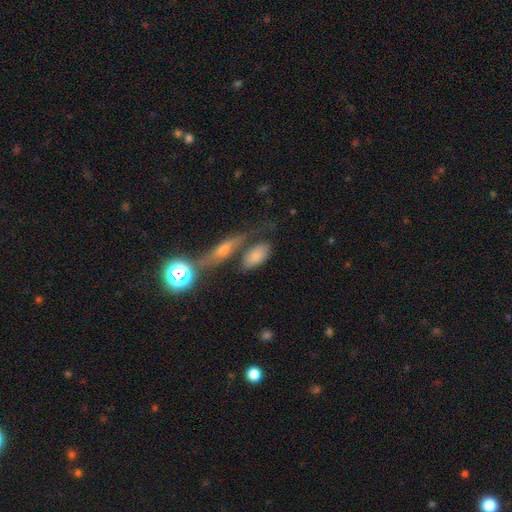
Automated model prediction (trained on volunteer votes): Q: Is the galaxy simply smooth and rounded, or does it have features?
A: smooth — 75%.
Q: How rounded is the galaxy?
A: in between — 88%.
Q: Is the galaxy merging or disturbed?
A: none — 49%.